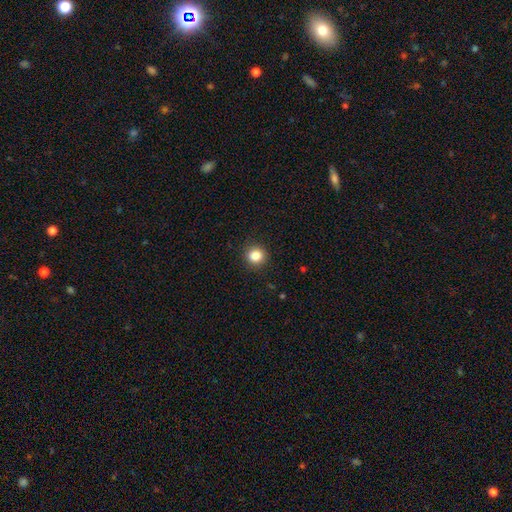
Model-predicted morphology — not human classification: A smooth galaxy with no disk features (84%) that is round (92%). Merging: none (91%).